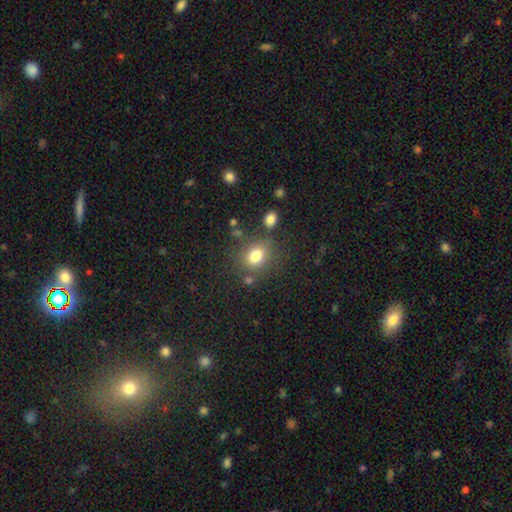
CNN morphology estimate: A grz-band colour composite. It shows a smooth galaxy with no disk features (78%) that is round (53%). Merging: none (73%).